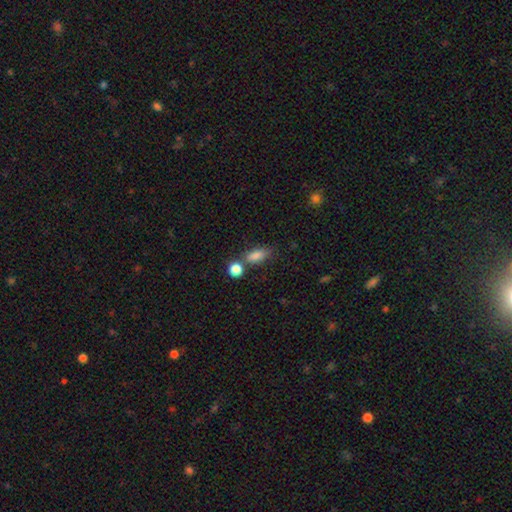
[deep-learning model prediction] Overall: smooth (83%). How rounded: in between (74%). Merging: none (57%; merger 20%).